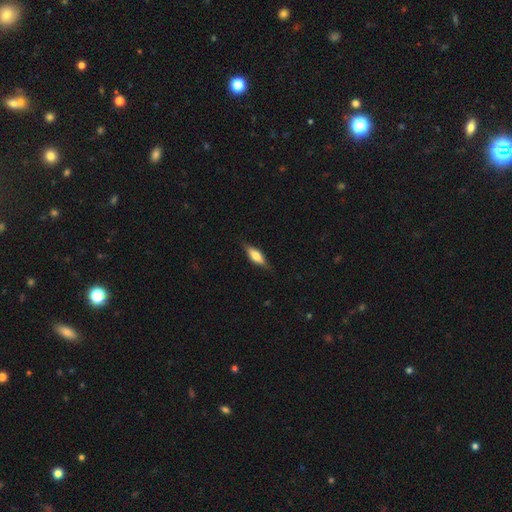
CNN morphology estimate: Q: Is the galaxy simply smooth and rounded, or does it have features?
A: smooth — 49%.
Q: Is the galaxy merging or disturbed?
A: none — 83%.